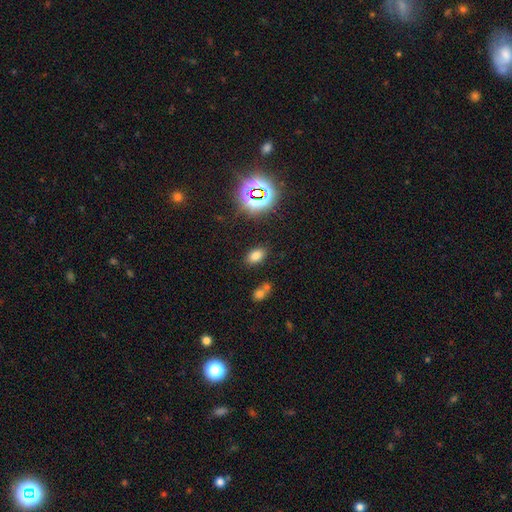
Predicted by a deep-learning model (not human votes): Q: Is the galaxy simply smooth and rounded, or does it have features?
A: smooth — 72%.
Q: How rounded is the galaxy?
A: in between — 87%.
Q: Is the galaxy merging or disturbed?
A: none — 82%.